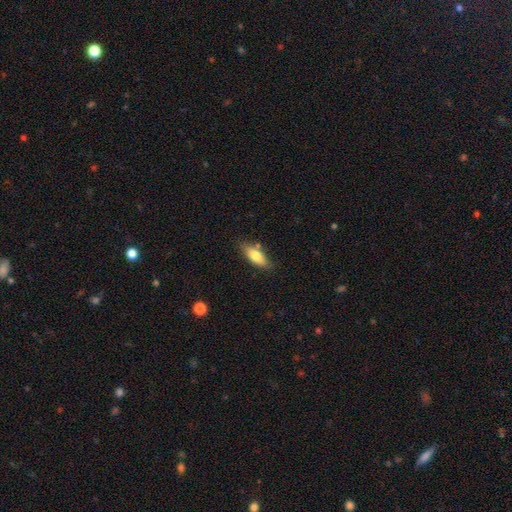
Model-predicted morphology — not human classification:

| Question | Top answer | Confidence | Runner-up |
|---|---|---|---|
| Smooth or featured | smooth | 75% | featured or disk (19%) |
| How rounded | in between | 70% | cigar-shaped (27%) |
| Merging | none | 77% | minor disturbance (14%) |